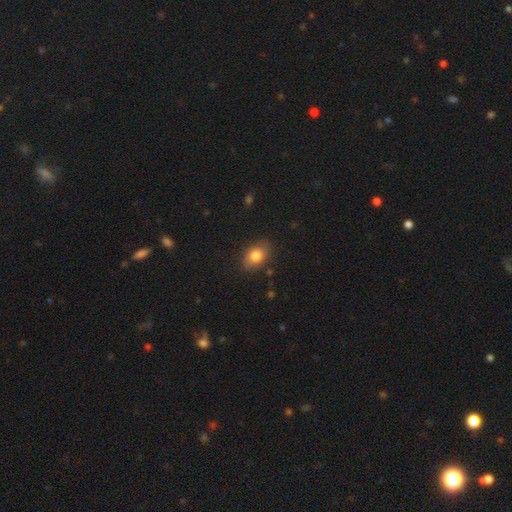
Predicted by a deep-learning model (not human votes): The model was most divided on "how rounded": in between: 81%, round: 18%, cigar-shaped: 2%. More confident: merging — none (81%); smooth or featured — smooth (79%).